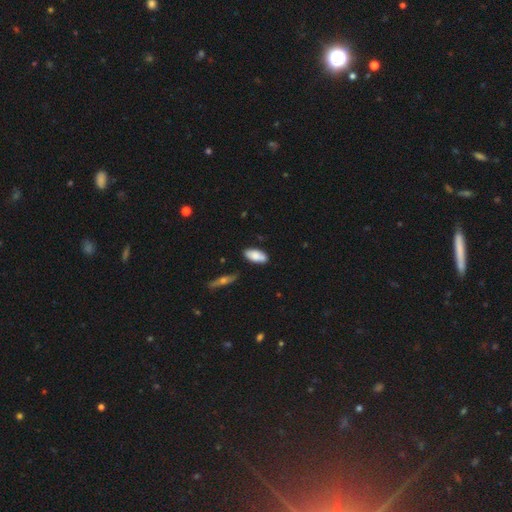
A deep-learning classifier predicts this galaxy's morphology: smooth_or_featured: smooth (p=0.80) [alt: featured or disk p=0.13]
how_rounded: in between (p=0.88) [alt: cigar-shaped p=0.10]
merging: none (p=0.76) [alt: minor disturbance p=0.17]